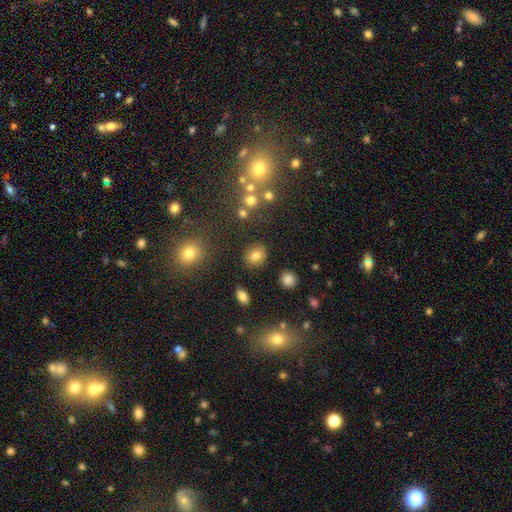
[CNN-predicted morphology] This is likely a smooth galaxy (77%). How rounded: likely round (64%). Merging: clearly none (84%).